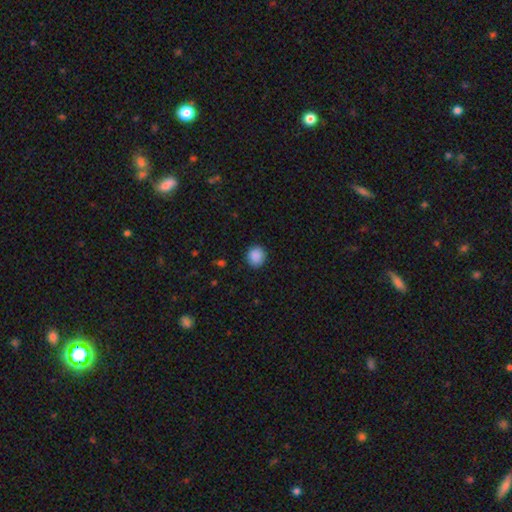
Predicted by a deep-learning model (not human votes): This is clearly a smooth galaxy (89%). How rounded: clearly round (86%). Merging: clearly none (90%).